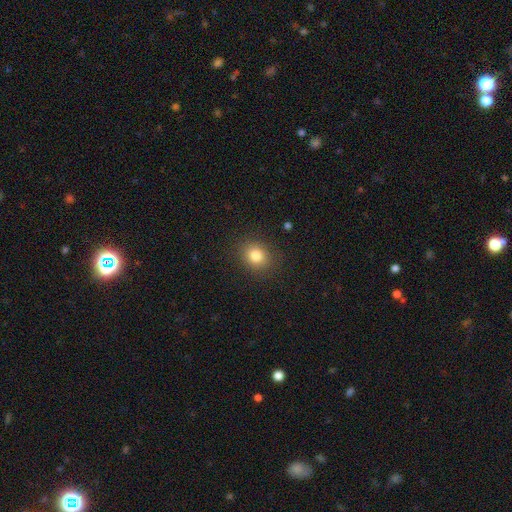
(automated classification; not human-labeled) Smooth or featured: smooth — 82% (star or artifact — 11%)
How rounded: round — 65% (in between — 34%)
Merging: none — 87% (minor disturbance — 9%)